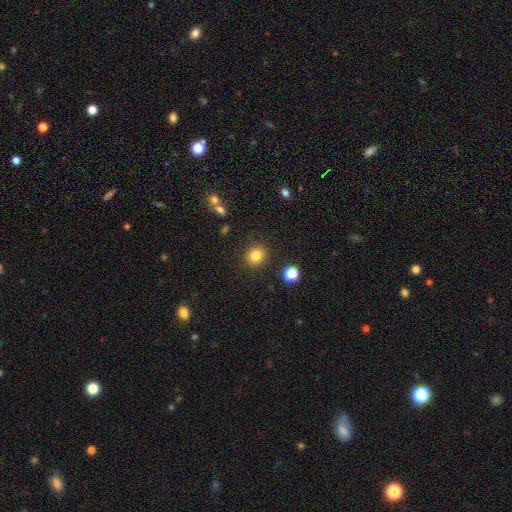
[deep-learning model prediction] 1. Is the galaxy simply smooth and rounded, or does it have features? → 83% smooth, 11% star or artifact, 6% featured or disk.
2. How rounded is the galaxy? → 82% round, 17% in between, 1% cigar-shaped.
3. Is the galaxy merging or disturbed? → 88% none, 7% minor disturbance, 3% major disturbance, 2% merger.